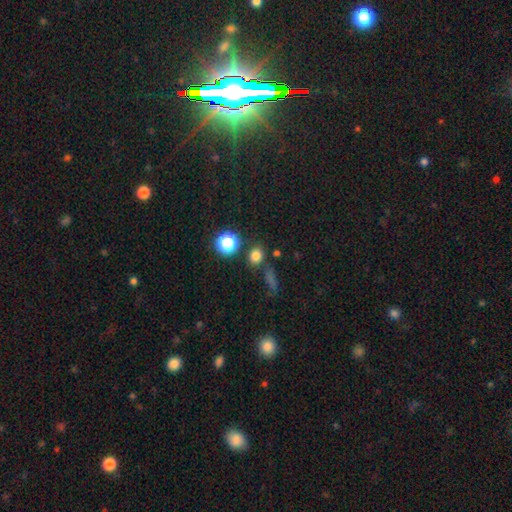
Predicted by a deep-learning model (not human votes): Morphology: type=smooth (76%); roundness=round (70%); merging=none (78%).